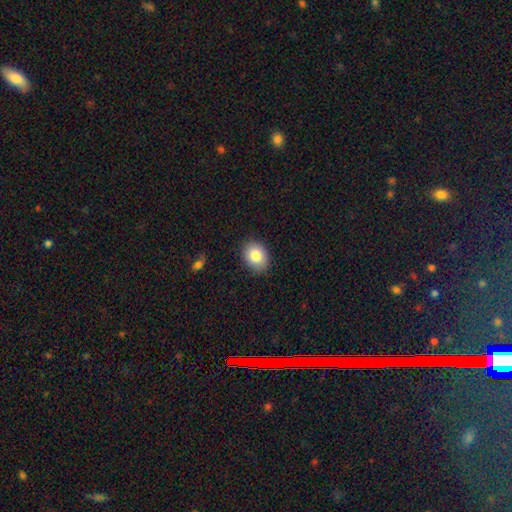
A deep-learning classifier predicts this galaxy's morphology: type=smooth (83%); roundness=in between (60%); merging=none (87%).